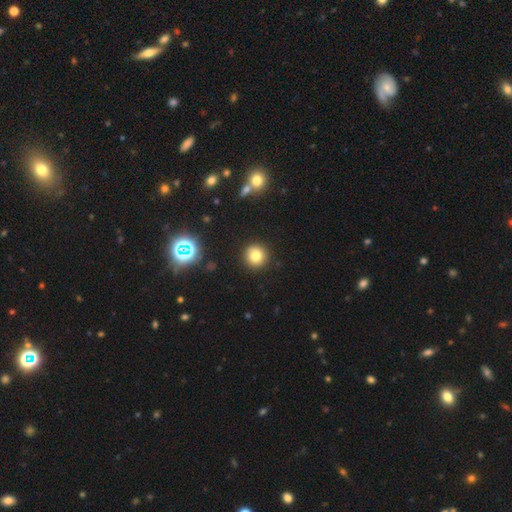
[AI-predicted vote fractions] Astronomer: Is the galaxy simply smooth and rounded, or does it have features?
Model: smooth — 79%.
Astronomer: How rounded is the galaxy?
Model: round — 93%.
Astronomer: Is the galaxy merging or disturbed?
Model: none — 91%.